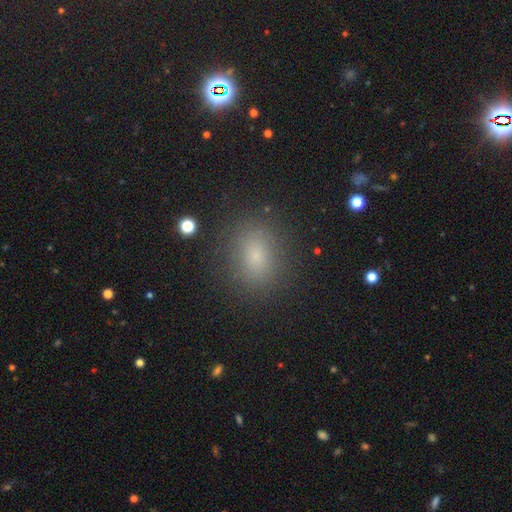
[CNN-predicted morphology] type=smooth (76%); roundness=in between (54%); merging=none (86%).